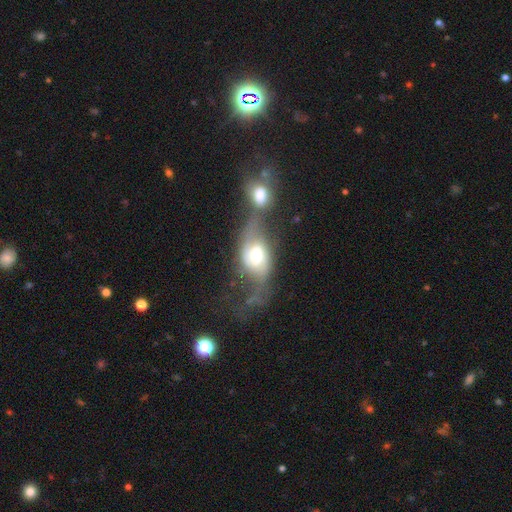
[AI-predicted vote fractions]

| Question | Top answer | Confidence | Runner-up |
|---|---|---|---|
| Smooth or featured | featured or disk | 63% | smooth (29%) |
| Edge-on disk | no | 92% | yes (8%) |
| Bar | no | 59% | weak (31%) |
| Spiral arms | yes | 77% | no (23%) |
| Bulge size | moderate | 56% | large (26%) |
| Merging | merger | 61% | major disturbance (17%) |